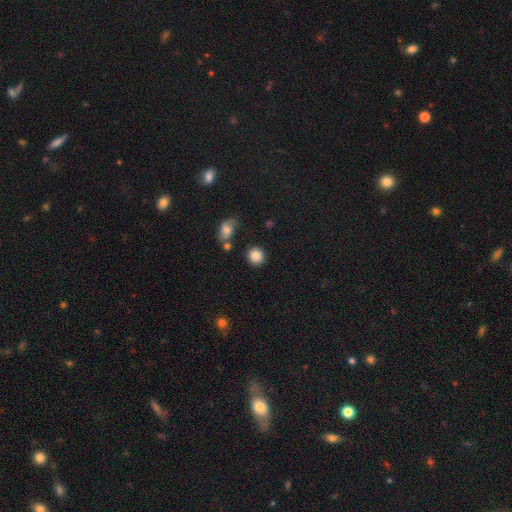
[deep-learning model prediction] Smooth or featured: smooth — 86% (star or artifact — 9%)
How rounded: round — 88% (in between — 11%)
Merging: none — 85% (minor disturbance — 8%)